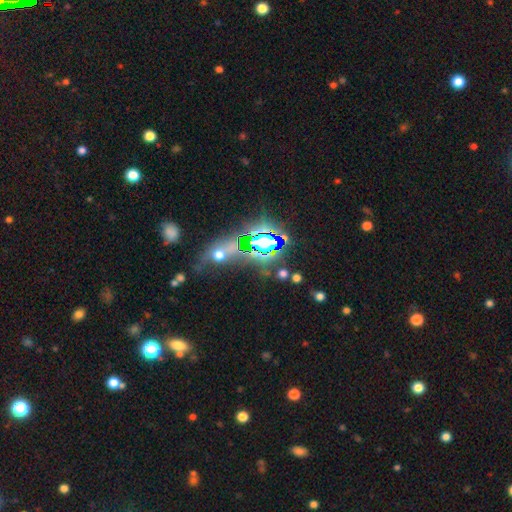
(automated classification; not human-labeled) smooth_or_featured: star or artifact (p=0.64) [alt: smooth p=0.22]